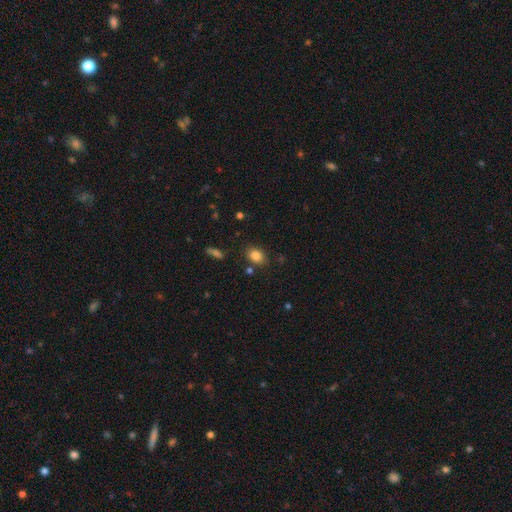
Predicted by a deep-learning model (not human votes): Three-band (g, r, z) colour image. It shows a smooth galaxy with no disk features (84%) that is in between round and cigar-shaped (68%). Merging: none (82%).